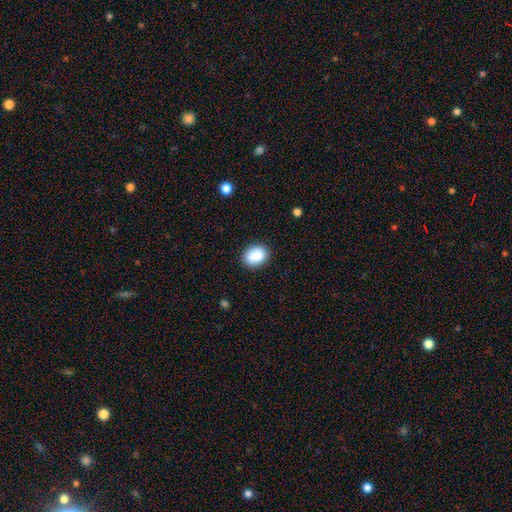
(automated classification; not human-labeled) Smooth or featured?
  - smooth: 86% *
  - star or artifact: 8%
  - featured or disk: 6%
How rounded?
  - in between: 63% *
  - round: 36%
  - cigar-shaped: 1%
Merging?
  - none: 83% *
  - minor disturbance: 11%
  - major disturbance: 3%
  - merger: 3%